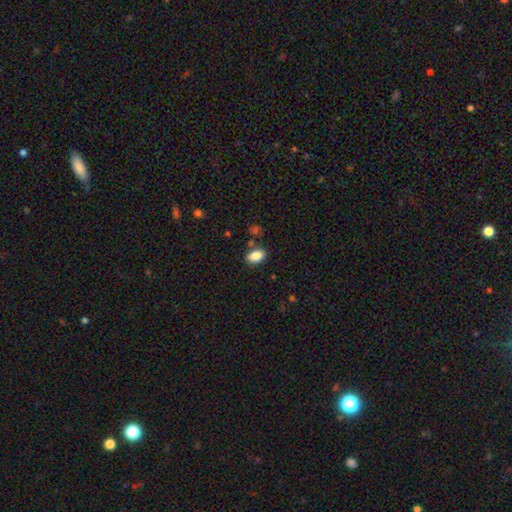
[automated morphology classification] smooth 87%, star or artifact 8%, featured or disk 5%. Down the decision tree: how rounded — in between (91%); merging — none (80%).